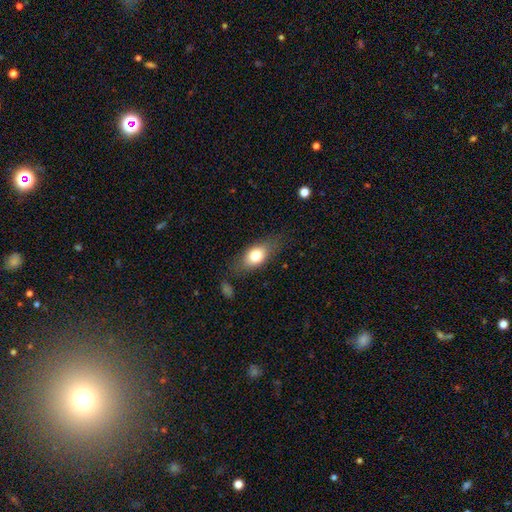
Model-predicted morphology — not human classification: The model was most divided on "merging": none: 72%, minor disturbance: 19%, major disturbance: 7%, merger: 3%. More confident: how rounded — in between (80%); smooth or featured — smooth (74%).